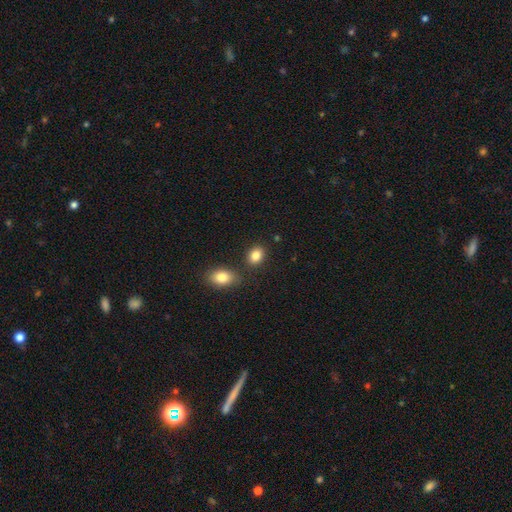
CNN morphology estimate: A smooth galaxy with no disk features (84%) that is in between round and cigar-shaped (64%). Merging: none (77%).